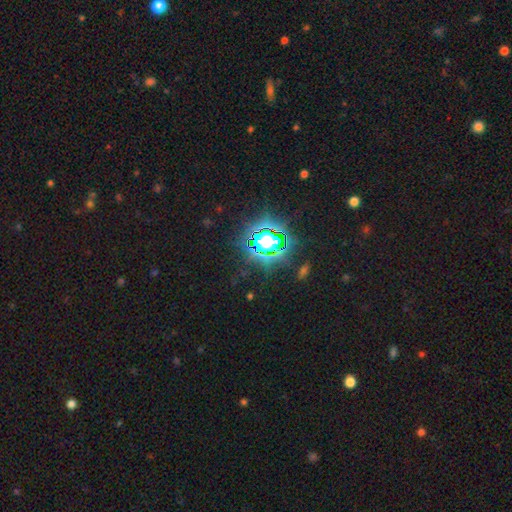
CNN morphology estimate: Q: Smooth or featured?
A: star or artifact (85%); runner-up: smooth (10%)